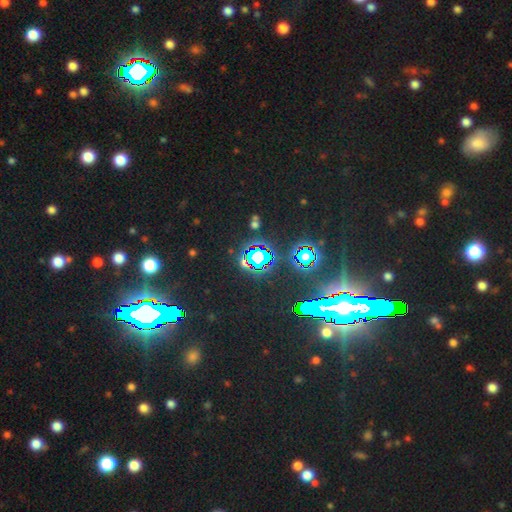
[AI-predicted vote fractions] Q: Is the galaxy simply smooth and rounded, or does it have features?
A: star or artifact — 82%.